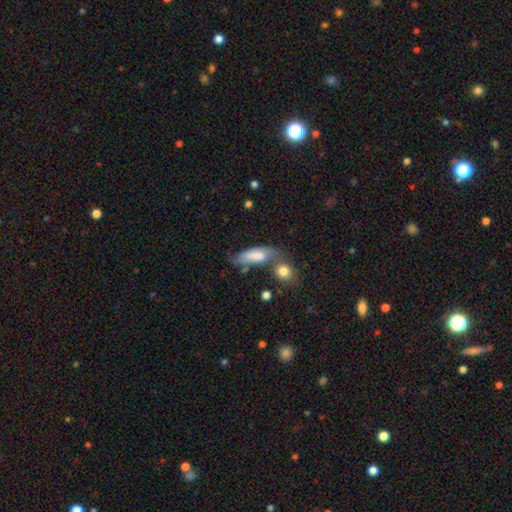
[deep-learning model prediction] This is likely a smooth galaxy (69%). How rounded: likely in between (71%). Merging: marginally merger (34%, tied with none).